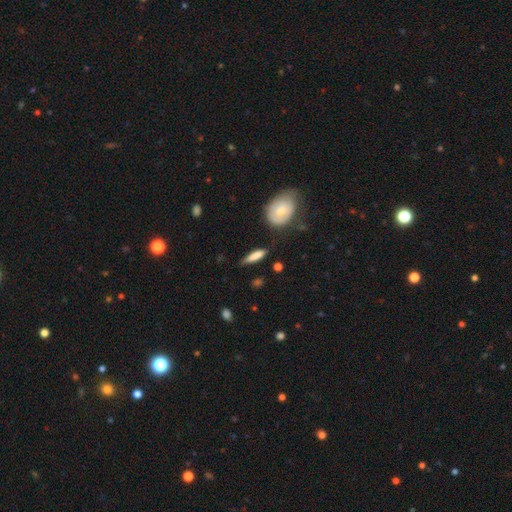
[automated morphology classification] smooth 76%, featured or disk 18%, star or artifact 6%. Down the decision tree: how rounded — cigar-shaped (70%); merging — none (73%).